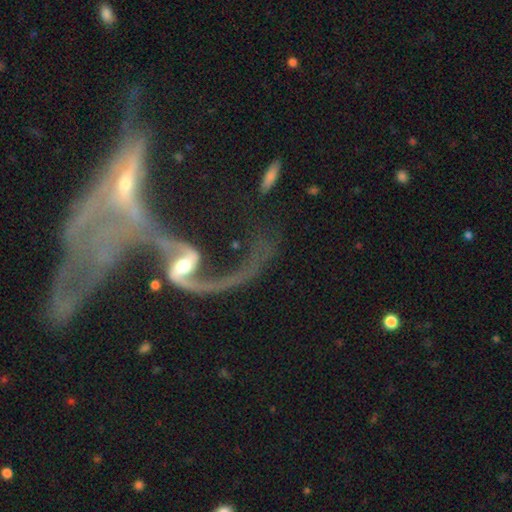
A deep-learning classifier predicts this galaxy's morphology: A featured or disk galaxy (84%) with no bar (45%), 2 (84%) loose (81%) spiral arms (90%) and a small central bulge (44%). Merging: merger (54%).